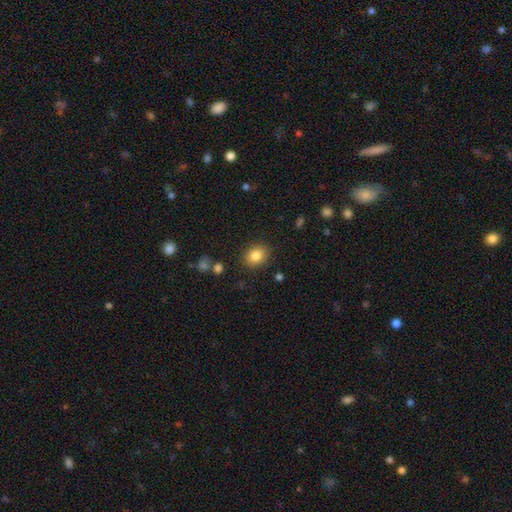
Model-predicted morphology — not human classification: A smooth galaxy with no disk features (84%) that is round (55%). Merging: none (86%).